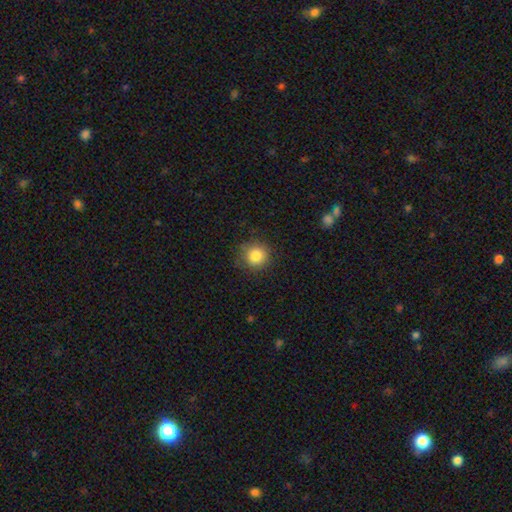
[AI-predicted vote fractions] A smooth galaxy with no disk features (84%) that is round (92%). Merging: none (84%).